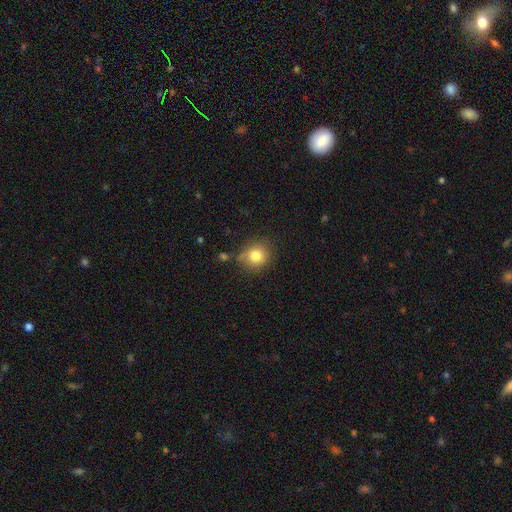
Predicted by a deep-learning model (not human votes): Overall: smooth (81%). How rounded: round (84%). Merging: none (74%).